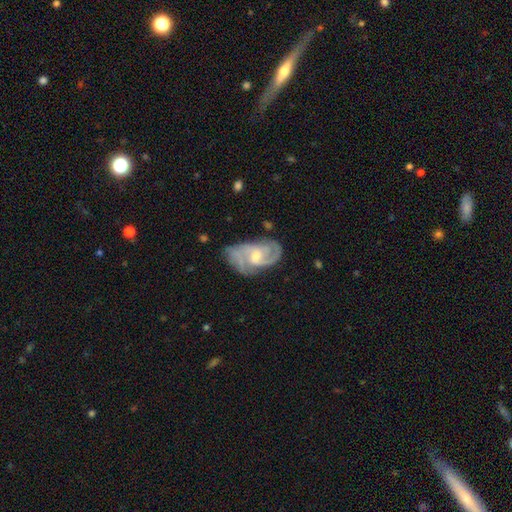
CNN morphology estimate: Q: Smooth or featured?
A: featured or disk (83%); runner-up: smooth (11%)
Q: Edge-on disk?
A: no (96%); runner-up: yes (4%)
Q: Bar?
A: weak (46%); runner-up: no (45%)
Q: Spiral arms?
A: yes (95%); runner-up: no (5%)
Q: Spiral winding?
A: medium (48%); runner-up: tight (36%)
Q: Spiral arm count?
A: 2 (46%); runner-up: 3 (25%)
Q: Bulge size?
A: moderate (57%); runner-up: small (32%)
Q: Merging?
A: none (57%); runner-up: minor disturbance (26%)